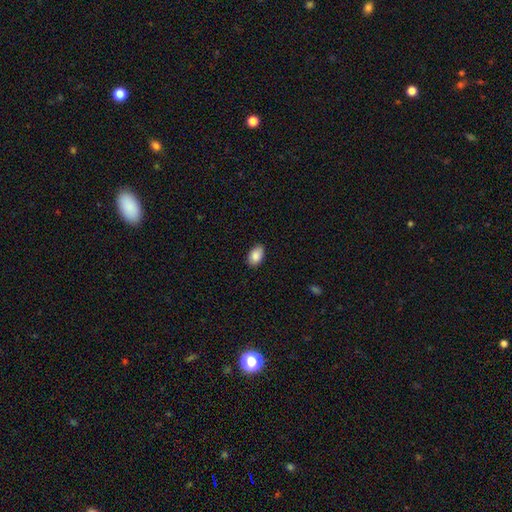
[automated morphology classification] Overall: smooth (89%). How rounded: in between (89%). Merging: none (84%).